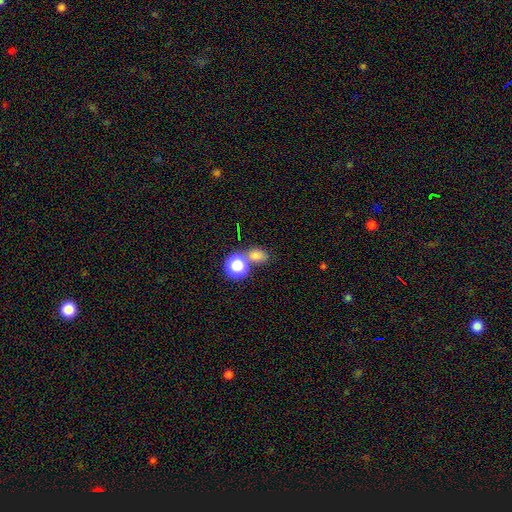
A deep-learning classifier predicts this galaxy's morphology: This appears to be a smooth galaxy with no disk features (72%) that is in between round and cigar-shaped (58%). Merging: none (60%).